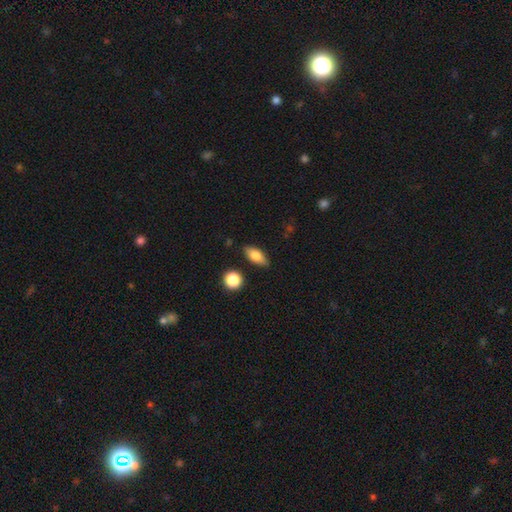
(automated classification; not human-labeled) This appears to be a smooth galaxy with no disk features (77%) that is in between round and cigar-shaped (82%). Merging: none (82%).